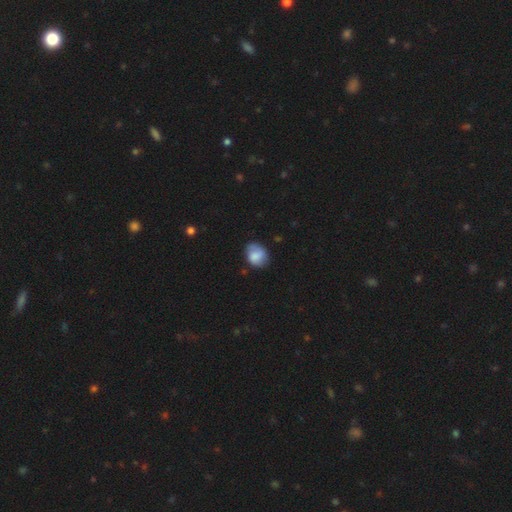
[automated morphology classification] Smooth or featured? smooth (72%)
How rounded? round (50%)
Merging? none (62%)